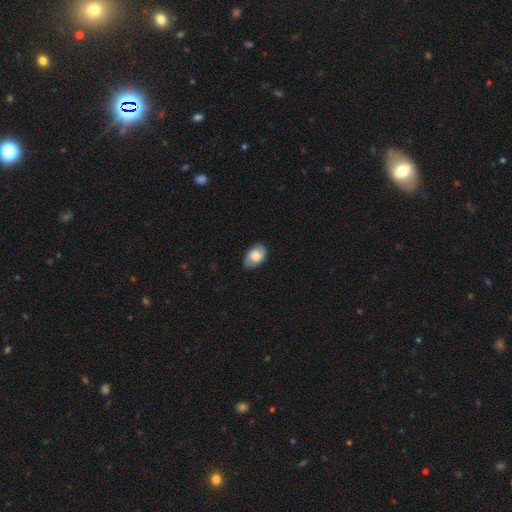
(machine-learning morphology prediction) Smooth or featured? Predicted: smooth (p=0.61). How rounded? Predicted: in between (p=0.86). Merging? Predicted: none (p=0.79).